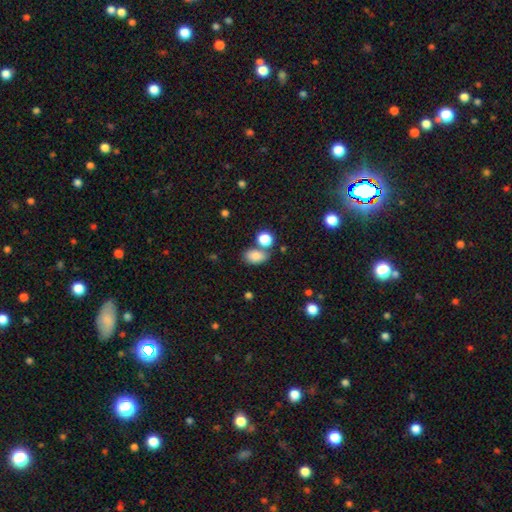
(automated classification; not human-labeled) smooth_or_featured: smooth (p=0.83) [alt: star or artifact p=0.10]
how_rounded: in between (p=0.82) [alt: round p=0.17]
merging: none (p=0.59) [alt: merger p=0.22]